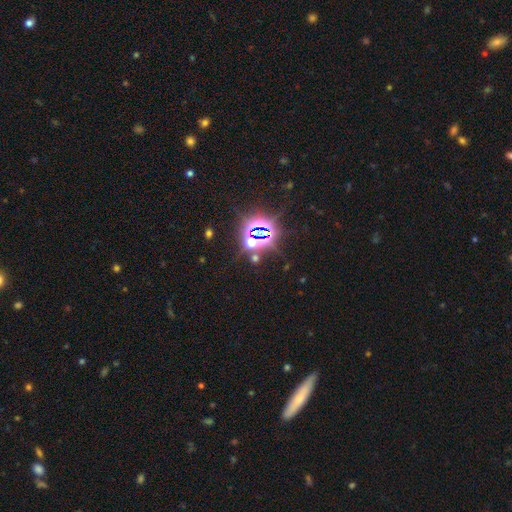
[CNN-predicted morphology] Smooth or featured?
  - star or artifact: 80% *
  - smooth: 12%
  - featured or disk: 8%